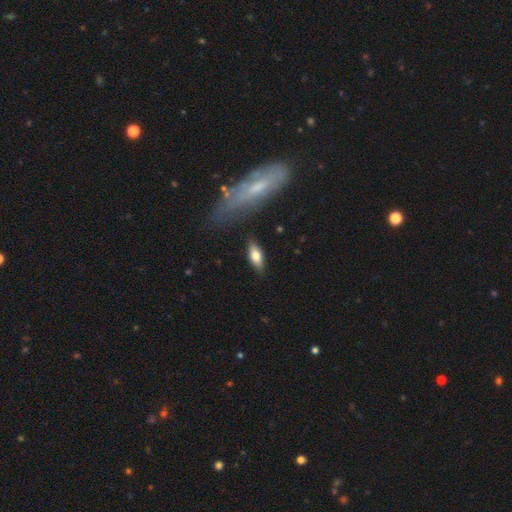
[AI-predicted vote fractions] smooth 69%, featured or disk 24%, star or artifact 6%. Down the decision tree: how rounded — in between (73%); merging — none (85%).